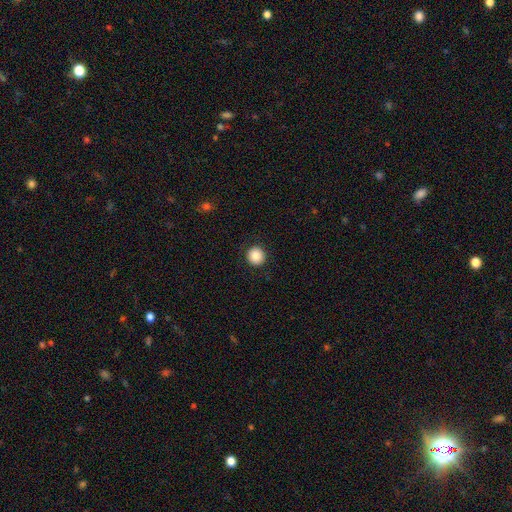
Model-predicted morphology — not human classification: Smooth or featured: smooth — 86% (star or artifact — 9%)
How rounded: round — 95% (in between — 4%)
Merging: none — 92% (minor disturbance — 5%)